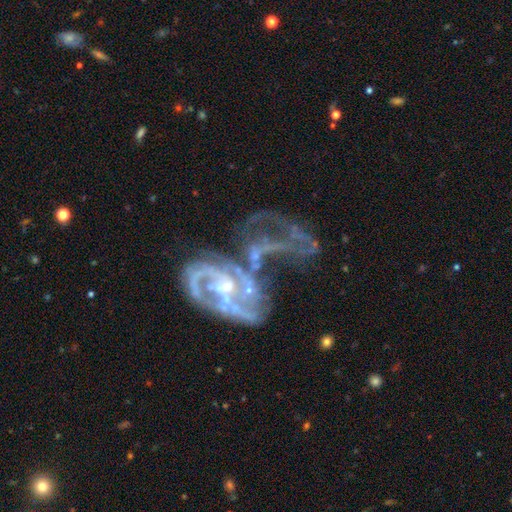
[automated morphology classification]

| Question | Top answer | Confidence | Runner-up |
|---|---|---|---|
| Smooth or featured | featured or disk | 49% | star or artifact (30%) |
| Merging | merger | 39% | none (25%) |